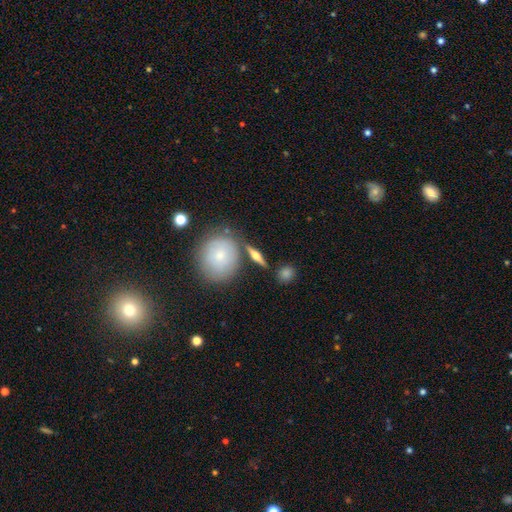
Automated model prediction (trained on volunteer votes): Q: Smooth or featured?
A: featured or disk (48%); runner-up: smooth (45%)
Q: Merging?
A: none (78%); runner-up: minor disturbance (10%)